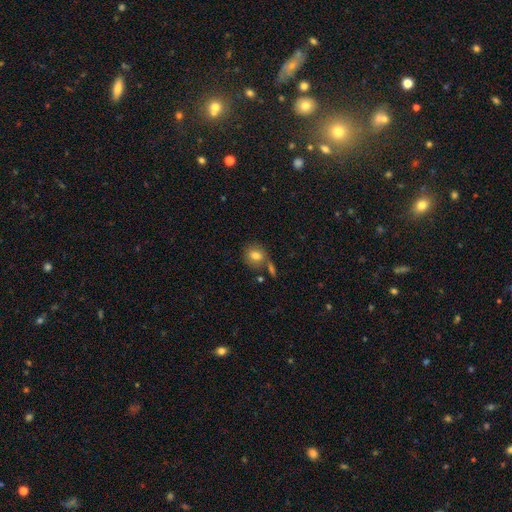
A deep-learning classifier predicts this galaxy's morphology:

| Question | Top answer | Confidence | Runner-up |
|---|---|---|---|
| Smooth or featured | smooth | 79% | featured or disk (11%) |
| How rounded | round | 68% | in between (30%) |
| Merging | none | 66% | merger (15%) |